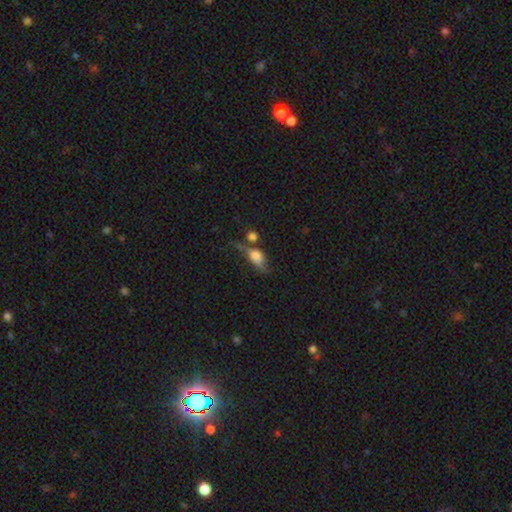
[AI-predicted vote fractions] This is possibly a smooth galaxy (56%). How rounded: likely in between (70%). Merging: marginally none (29%).